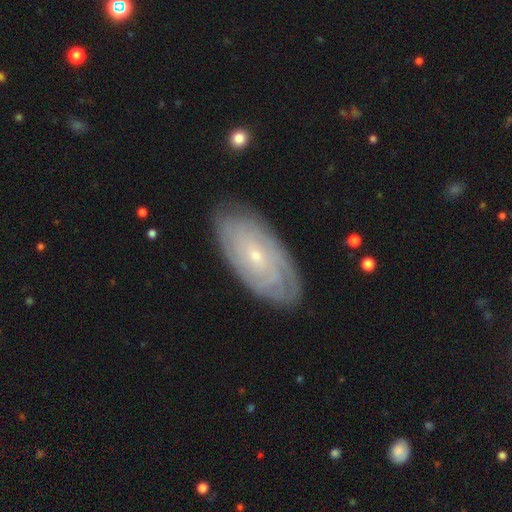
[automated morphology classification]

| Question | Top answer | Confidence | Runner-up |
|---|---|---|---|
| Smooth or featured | featured or disk | 75% | smooth (19%) |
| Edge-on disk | no | 92% | yes (8%) |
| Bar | no | 75% | weak (21%) |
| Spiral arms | yes | 90% | no (10%) |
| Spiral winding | tight | 82% | medium (14%) |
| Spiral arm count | can't tell | 55% | 4 (12%) |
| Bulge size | small | 81% | moderate (16%) |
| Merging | none | 83% | minor disturbance (13%) |